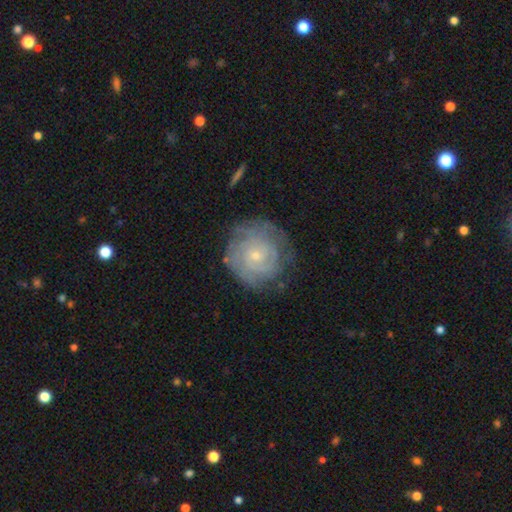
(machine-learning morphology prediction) This appears to be a featured or disk galaxy (78%) with no bar (75%), tight (80%) spiral arms (93%) and a small central bulge (77%). Merging: none (76%).